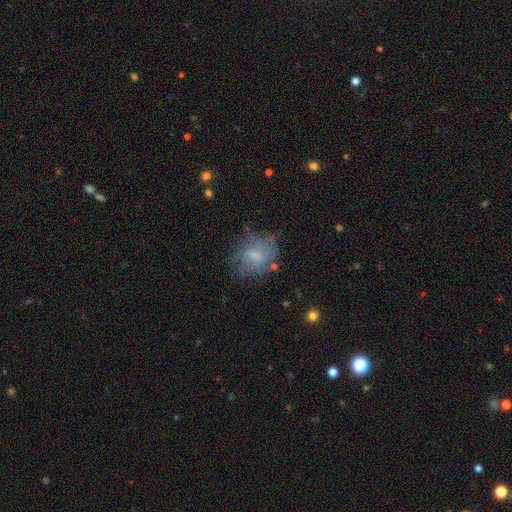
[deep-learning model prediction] smooth-or-featured: smooth: 46% | featured or disk: 44% | star or artifact: 10%
  merging: none: 59% | minor disturbance: 24% | major disturbance: 15% | merger: 3%